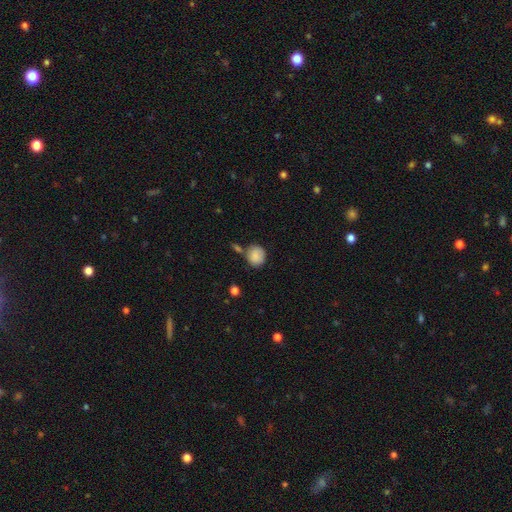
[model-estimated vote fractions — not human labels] Smooth or featured? smooth (87%)
How rounded? round (77%)
Merging? none (65%)